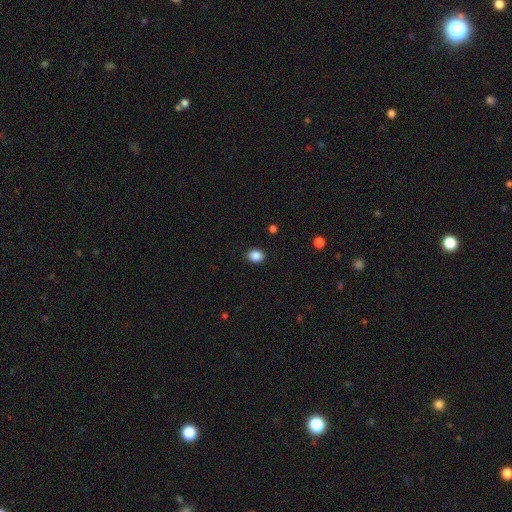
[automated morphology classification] The model was most divided on "how rounded": round: 55%, in between: 44%, cigar-shaped: 1%. More confident: merging — none (90%); smooth or featured — smooth (88%).